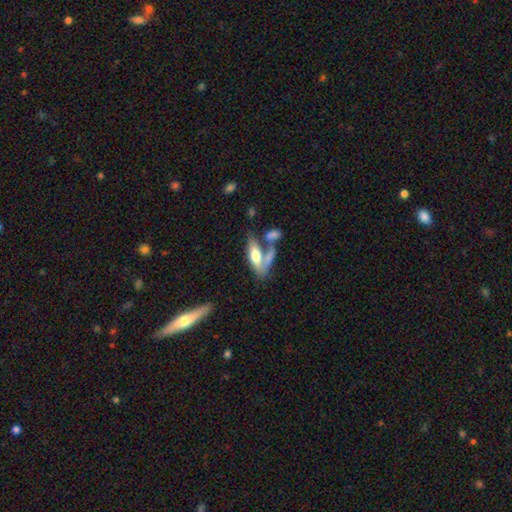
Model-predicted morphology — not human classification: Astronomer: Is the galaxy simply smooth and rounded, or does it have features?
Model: smooth — 63%.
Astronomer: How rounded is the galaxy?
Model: in between — 71%.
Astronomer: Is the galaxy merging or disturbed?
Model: merger — 43% (runner-up: none, 33%).